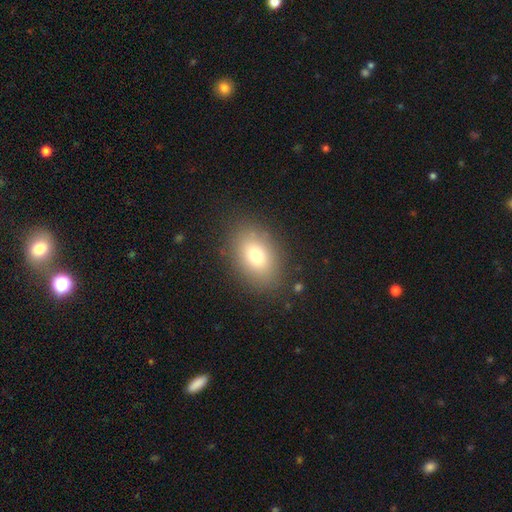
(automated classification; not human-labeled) Q: Smooth or featured?
A: smooth (77%); runner-up: featured or disk (13%)
Q: How rounded?
A: in between (83%); runner-up: round (15%)
Q: Merging?
A: none (85%); runner-up: minor disturbance (10%)